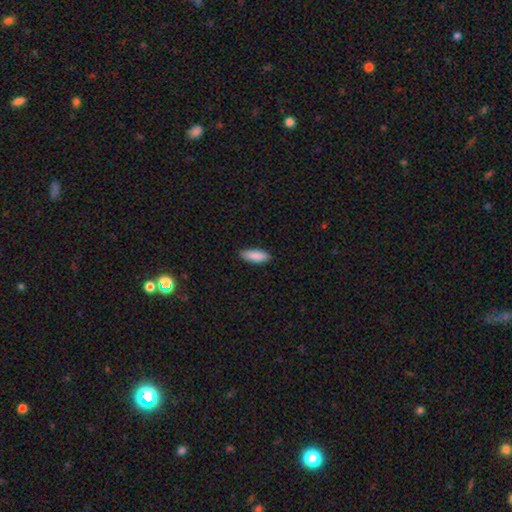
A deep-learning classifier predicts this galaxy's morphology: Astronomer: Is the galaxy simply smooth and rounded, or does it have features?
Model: smooth — 89%.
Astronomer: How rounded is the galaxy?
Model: in between — 70%.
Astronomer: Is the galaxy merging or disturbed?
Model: none — 87%.